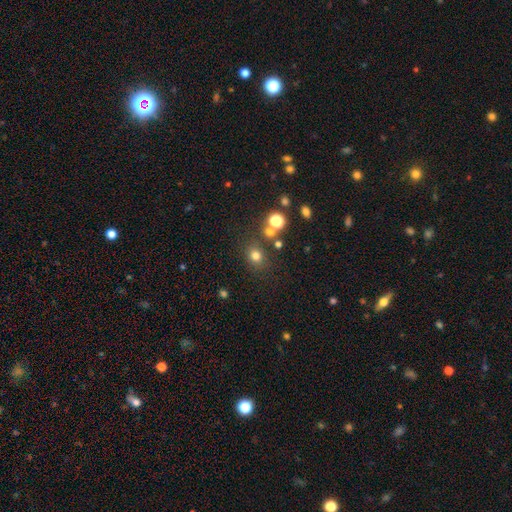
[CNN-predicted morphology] Overall: smooth (75%). How rounded: round (76%). Merging: none (76%).